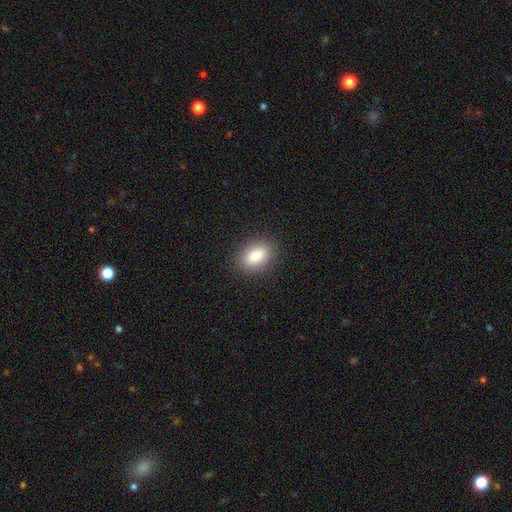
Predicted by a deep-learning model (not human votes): smooth-or-featured: smooth: 86% | star or artifact: 8% | featured or disk: 6%
  how-rounded: in between: 83% | round: 15% | cigar-shaped: 2%
  merging: none: 89% | minor disturbance: 8% | major disturbance: 2% | merger: 1%